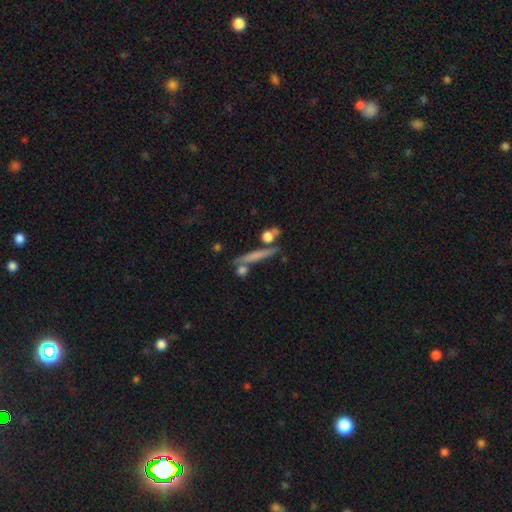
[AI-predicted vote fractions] Smooth or featured?
  - featured or disk: 47% *
  - smooth: 43%
  - star or artifact: 10%
Merging?
  - none: 74% *
  - merger: 11%
  - minor disturbance: 11%
  - major disturbance: 4%